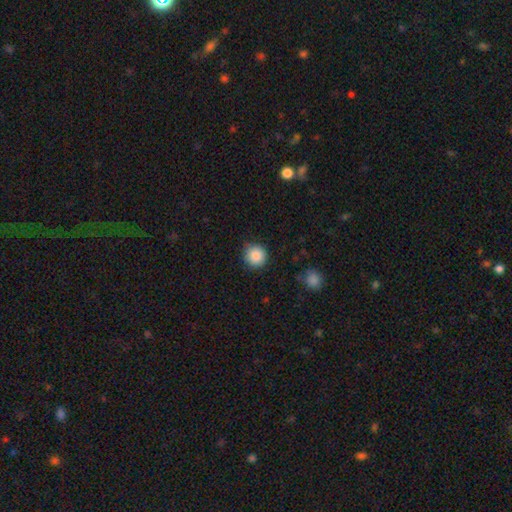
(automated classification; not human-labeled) smooth_or_featured: smooth (p=0.87) [alt: star or artifact p=0.09]
how_rounded: round (p=0.94) [alt: in between p=0.05]
merging: none (p=0.84) [alt: minor disturbance p=0.12]